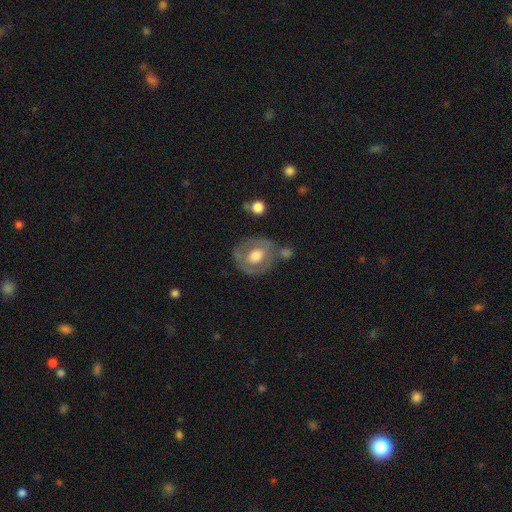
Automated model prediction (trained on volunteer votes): smooth_or_featured: featured or disk (p=0.48) [alt: smooth p=0.45]
merging: none (p=0.64) [alt: minor disturbance p=0.19]